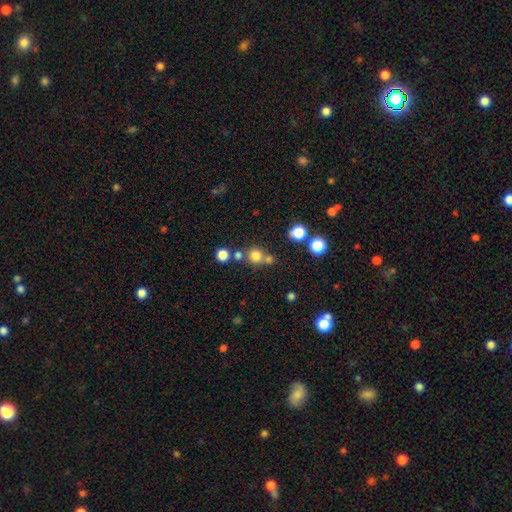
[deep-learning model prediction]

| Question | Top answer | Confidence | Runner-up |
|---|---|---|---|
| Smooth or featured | smooth | 76% | star or artifact (17%) |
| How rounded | round | 90% | in between (9%) |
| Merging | none | 64% | merger (24%) |